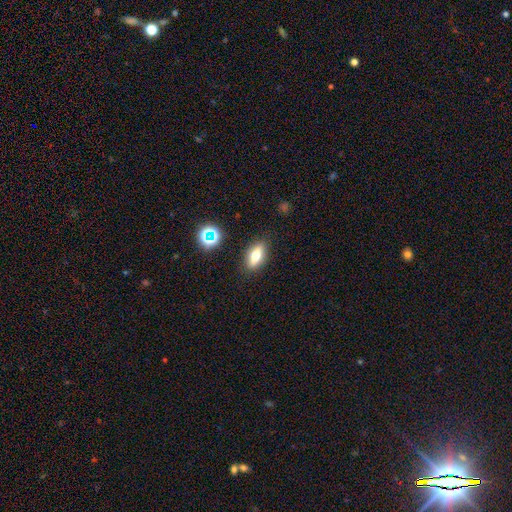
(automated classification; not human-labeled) A smooth galaxy with no disk features (61%) that is in between round and cigar-shaped (73%). Merging: none (86%).